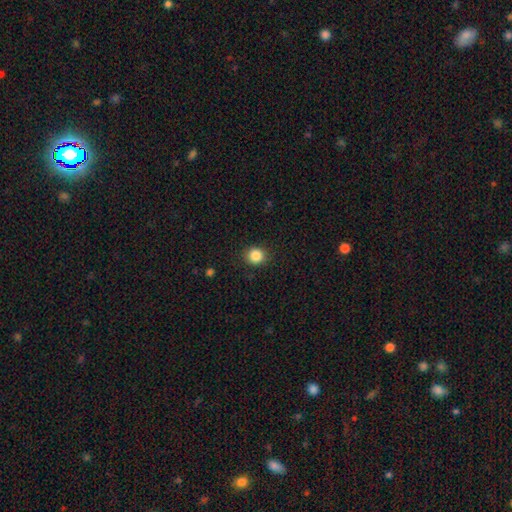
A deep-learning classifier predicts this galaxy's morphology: A smooth galaxy with no disk features (85%) that is round (85%).

Vote fractions:
- Smooth or featured? smooth: 85% / star or artifact: 10% / featured or disk: 4%
- How rounded? round: 85% / in between: 14% / cigar-shaped: 1%
- Merging? none: 89% / minor disturbance: 8% / major disturbance: 2% / merger: 1%